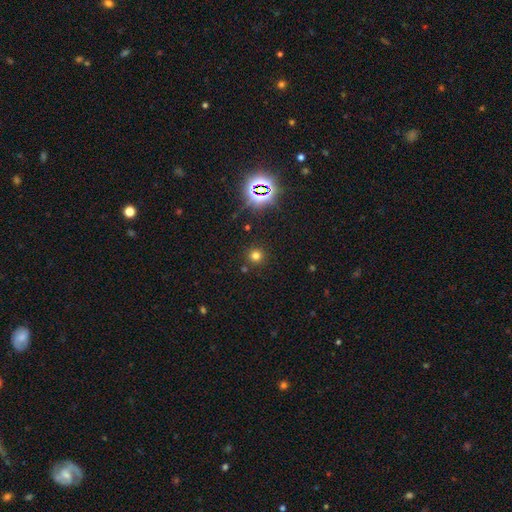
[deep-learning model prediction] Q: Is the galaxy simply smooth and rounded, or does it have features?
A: smooth — 69%.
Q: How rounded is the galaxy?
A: round — 94%.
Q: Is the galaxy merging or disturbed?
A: none — 88%.